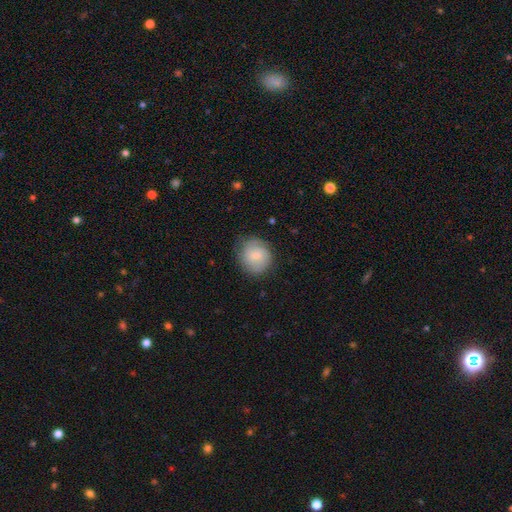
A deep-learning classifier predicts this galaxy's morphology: A smooth galaxy with no disk features (60%) that is round (83%).

Vote fractions:
- Smooth or featured? smooth: 60% / featured or disk: 33% / star or artifact: 7%
- How rounded? round: 83% / in between: 16% / cigar-shaped: 1%
- Merging? none: 80% / minor disturbance: 14% / major disturbance: 4% / merger: 1%